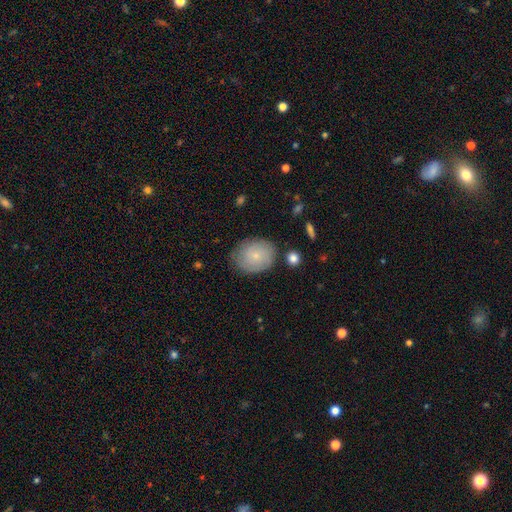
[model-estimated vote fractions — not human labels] The model was most divided on "how rounded": round: 54%, in between: 45%, cigar-shaped: 1%. More confident: merging — none (75%); smooth or featured — smooth (65%).